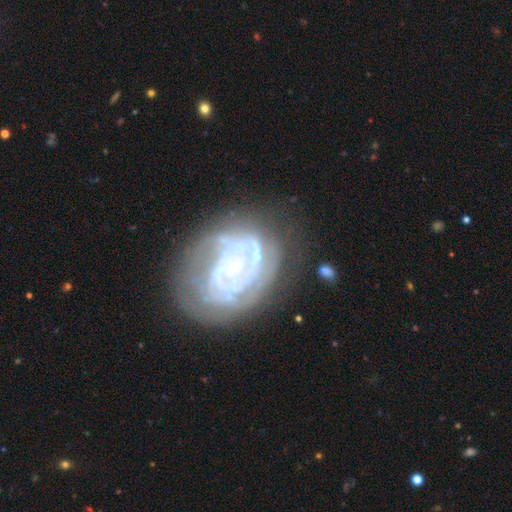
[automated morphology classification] featured or disk 82%, smooth 10%, star or artifact 8%. Down the decision tree: edge-on disk — no (98%); bar — no (50%); spiral arms — yes (90%); spiral arm count — 2 (30%); spiral winding — tight (59%); bulge size — small (64%); merging — none (56%).